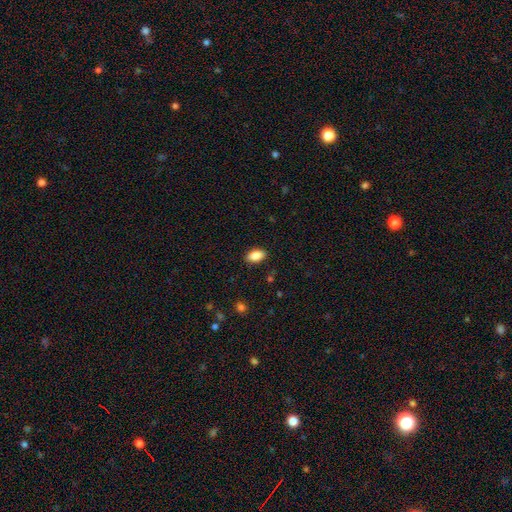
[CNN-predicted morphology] The model was most divided on "smooth or featured": smooth: 86%, star or artifact: 8%, featured or disk: 6%. More confident: how rounded — in between (91%); merging — none (88%).